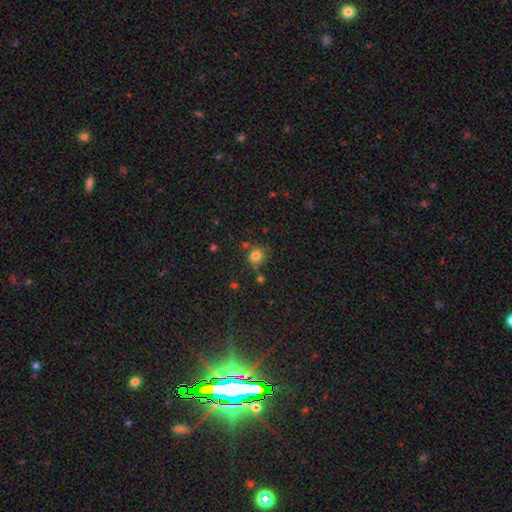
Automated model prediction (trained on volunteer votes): A smooth galaxy with no disk features (78%) that is round (78%).

Vote fractions:
- Smooth or featured? smooth: 78% / star or artifact: 14% / featured or disk: 8%
- How rounded? round: 78% / in between: 21% / cigar-shaped: 1%
- Merging? none: 66% / minor disturbance: 18% / merger: 11% / major disturbance: 6%